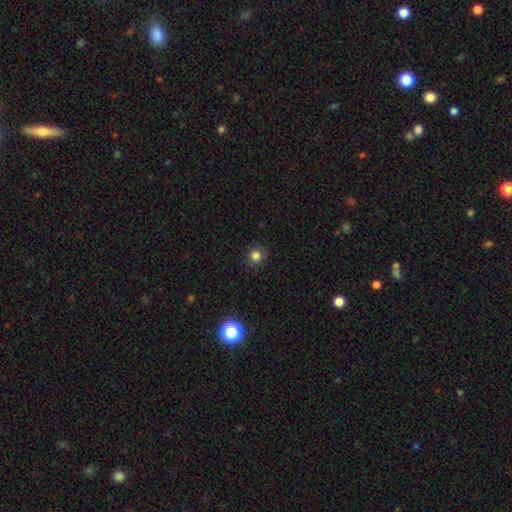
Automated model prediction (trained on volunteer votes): A smooth galaxy with no disk features (80%) that is round (89%). Merging: none (89%).